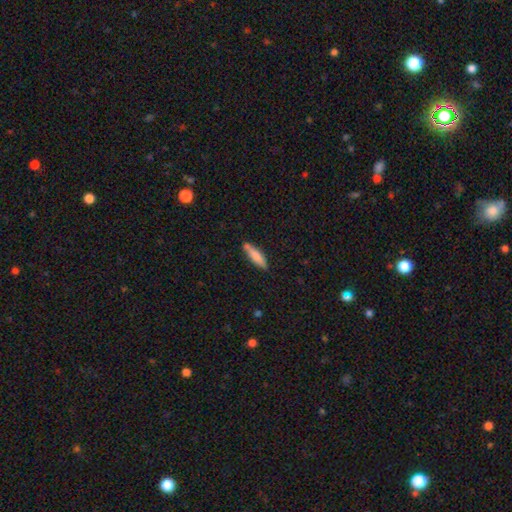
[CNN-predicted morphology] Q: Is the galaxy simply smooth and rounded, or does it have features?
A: smooth — 78%.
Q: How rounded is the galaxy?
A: cigar-shaped — 72%.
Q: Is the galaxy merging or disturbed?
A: none — 75%.